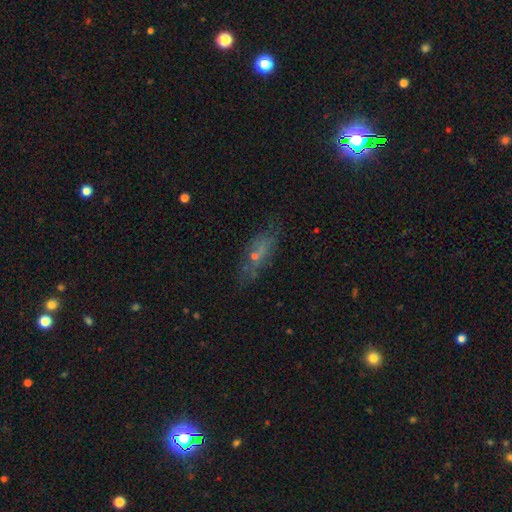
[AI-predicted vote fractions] smooth-or-featured: smooth: 46% | featured or disk: 36% | star or artifact: 17%
  merging: none: 61% | minor disturbance: 22% | major disturbance: 13% | merger: 4%